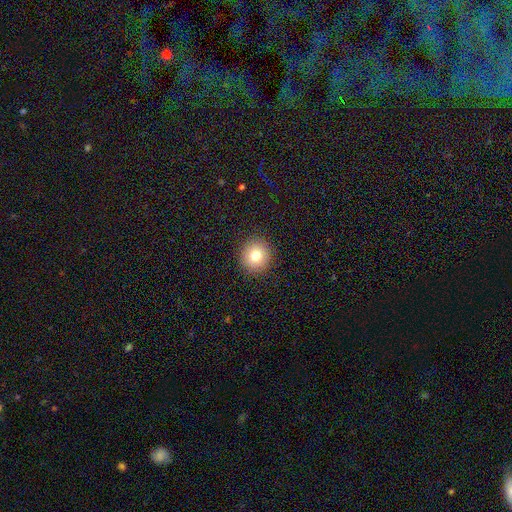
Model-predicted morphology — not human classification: Smooth or featured?
  - smooth: 79% *
  - star or artifact: 11%
  - featured or disk: 10%
How rounded?
  - round: 92% *
  - in between: 7%
  - cigar-shaped: 1%
Merging?
  - none: 91% *
  - minor disturbance: 6%
  - major disturbance: 2%
  - merger: 1%